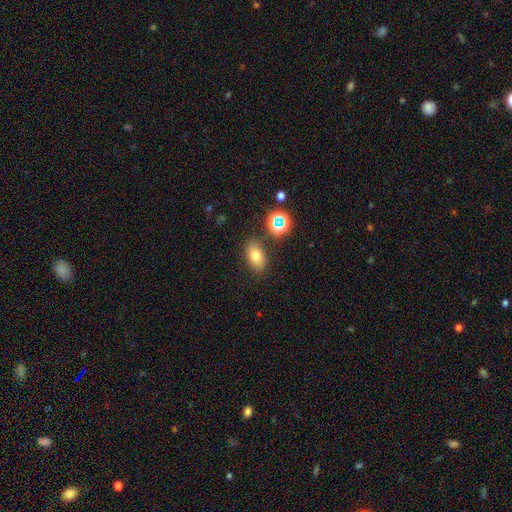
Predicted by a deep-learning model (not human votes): smooth-or-featured: smooth: 73% | star or artifact: 15% | featured or disk: 12%
  how-rounded: in between: 84% | round: 12% | cigar-shaped: 3%
  merging: none: 83% | minor disturbance: 10% | merger: 4% | major disturbance: 3%